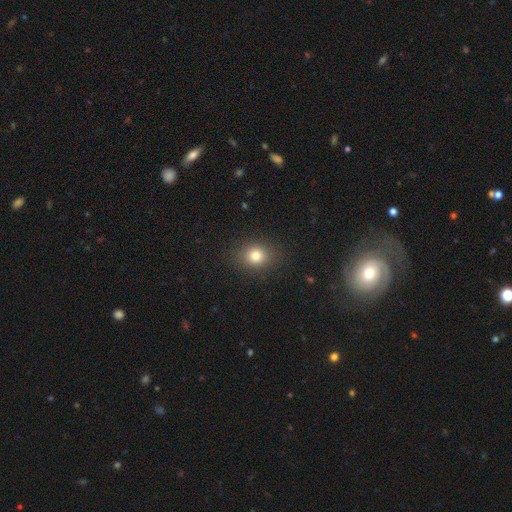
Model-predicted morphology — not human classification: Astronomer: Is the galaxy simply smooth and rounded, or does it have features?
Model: smooth — 80%.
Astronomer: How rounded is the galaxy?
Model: round — 60% (runner-up: in between, 39%).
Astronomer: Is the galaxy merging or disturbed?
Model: none — 88%.